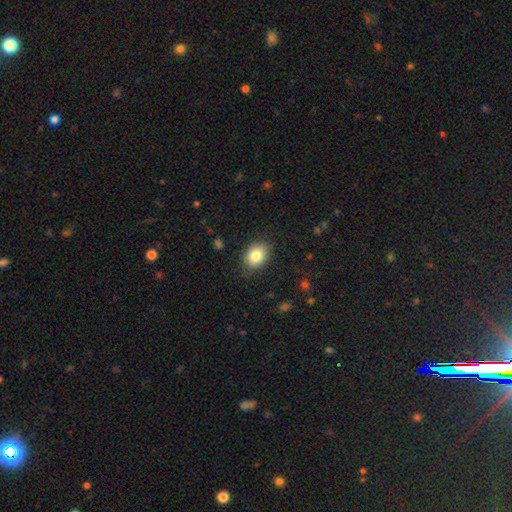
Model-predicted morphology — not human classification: The model was most divided on "how rounded": in between: 73%, round: 26%, cigar-shaped: 1%. More confident: merging — none (84%); smooth or featured — smooth (83%).